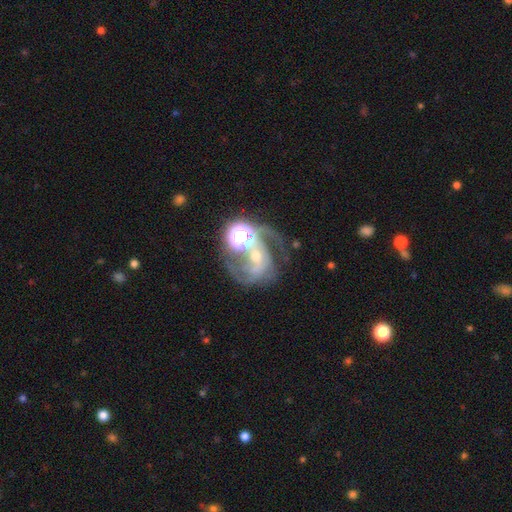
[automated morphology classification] Overall: featured or disk (75%). Edge-on disk: no (98%). Bar: no (46%; weak 36%). Spiral arms: yes (89%). Spiral arm count: 2 (71%). Spiral winding: medium (49%; loose 31%). Bulge size: moderate (46%; small 41%). Merging: none (33%; merger 30%).